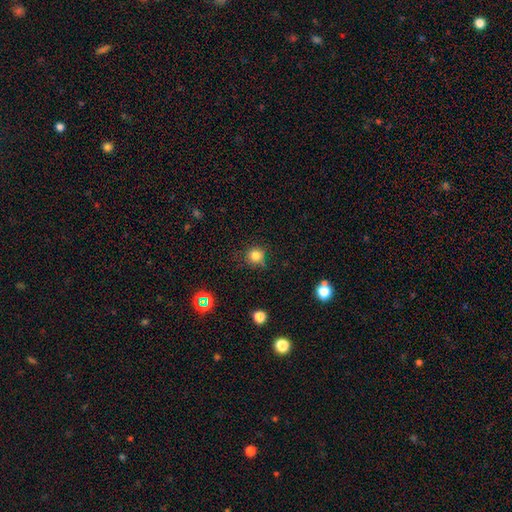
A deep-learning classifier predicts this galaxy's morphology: smooth-or-featured: smooth: 80% | star or artifact: 15% | featured or disk: 5%
  how-rounded: round: 92% | in between: 7% | cigar-shaped: 1%
  merging: none: 81% | minor disturbance: 13% | major disturbance: 3% | merger: 2%